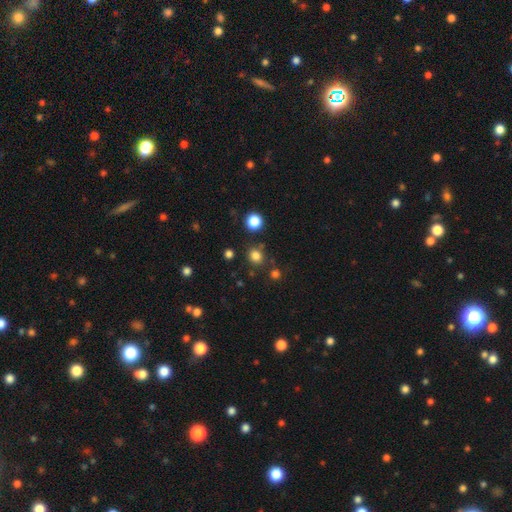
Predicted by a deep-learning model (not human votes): This appears to be a smooth galaxy with no disk features (79%) that is round (83%). Merging: none (82%).